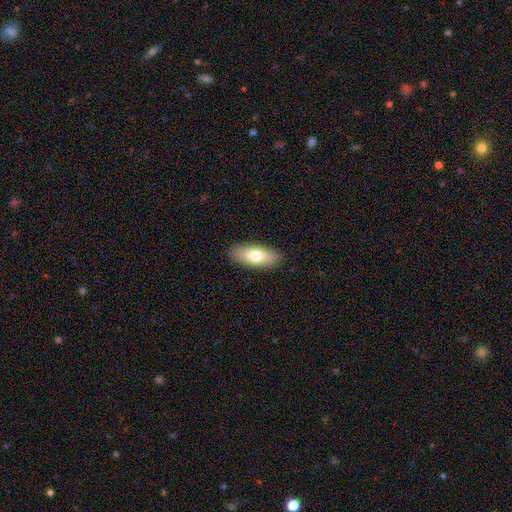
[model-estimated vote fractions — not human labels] This appears to be a smooth galaxy with no disk features (74%) that is in between round and cigar-shaped (82%). Merging: none (89%).